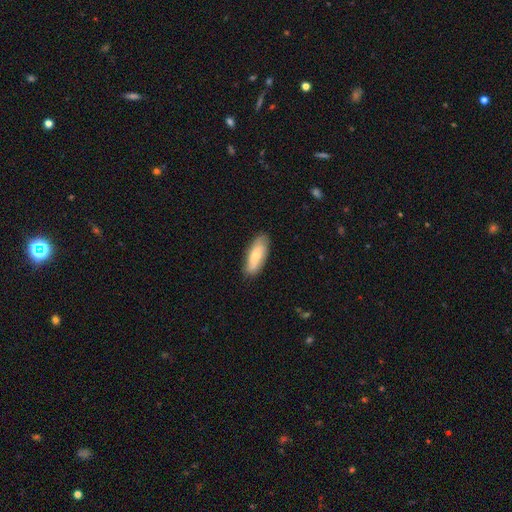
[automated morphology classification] This appears to be a smooth galaxy with no disk features (65%) that is in between round and cigar-shaped (73%). Merging: none (82%).